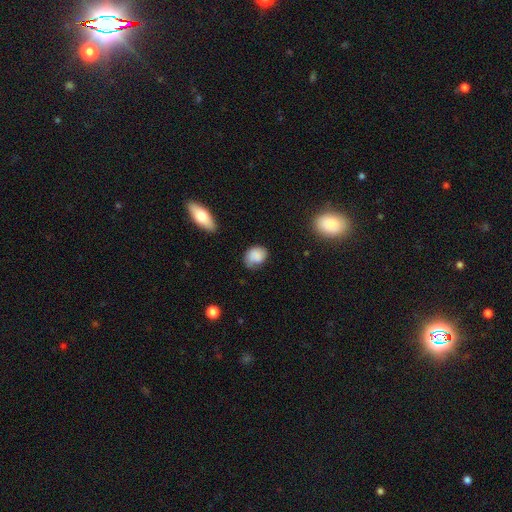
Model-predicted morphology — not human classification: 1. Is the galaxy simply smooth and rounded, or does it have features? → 80% smooth, 12% featured or disk, 8% star or artifact.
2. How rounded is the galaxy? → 57% in between, 42% round, 1% cigar-shaped.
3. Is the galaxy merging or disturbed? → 56% none, 32% minor disturbance, 9% major disturbance, 3% merger.